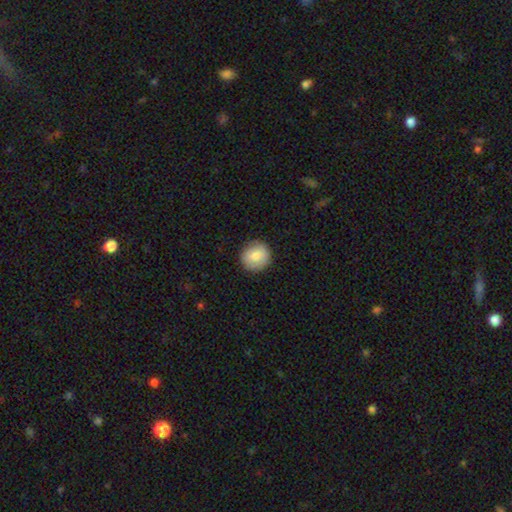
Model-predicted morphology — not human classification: smooth 80%, featured or disk 13%, star or artifact 7%. Down the decision tree: how rounded — round (92%); merging — none (88%).